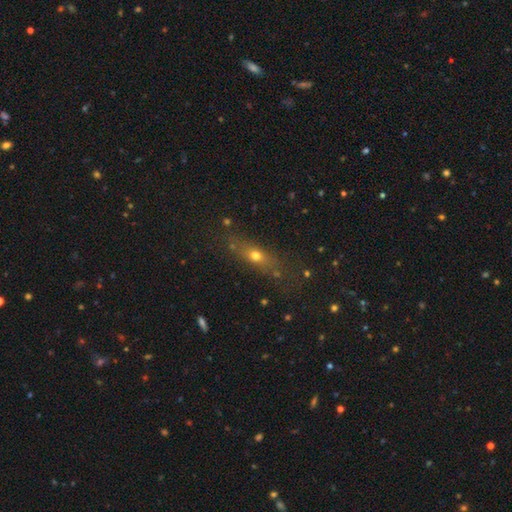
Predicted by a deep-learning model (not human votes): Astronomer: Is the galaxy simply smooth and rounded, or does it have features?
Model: smooth — 61%.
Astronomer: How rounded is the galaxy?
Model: cigar-shaped — 44% (runner-up: in between, 43%).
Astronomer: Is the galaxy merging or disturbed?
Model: none — 70%.